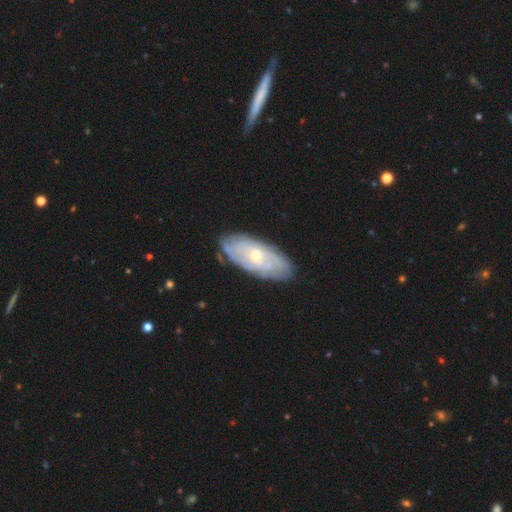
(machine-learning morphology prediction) This is likely a featured or disk galaxy (68%). It is clearly not viewed edge-on (90%). Bar: likely no (68%). Spiral arm pattern: clearly yes (81%). Central bulge: possibly small (58%). Merging: clearly none (81%).